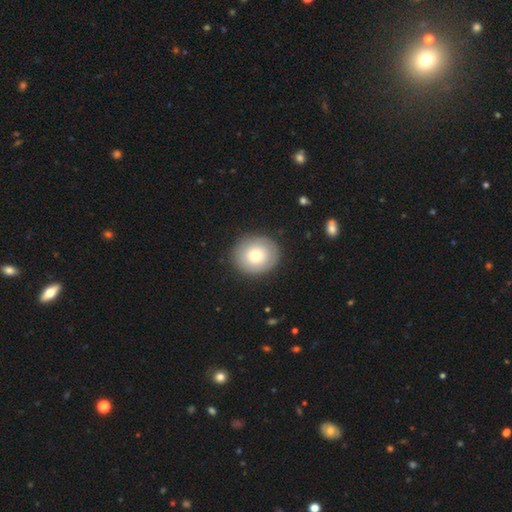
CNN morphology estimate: type=smooth (72%); roundness=round (82%); merging=none (88%).